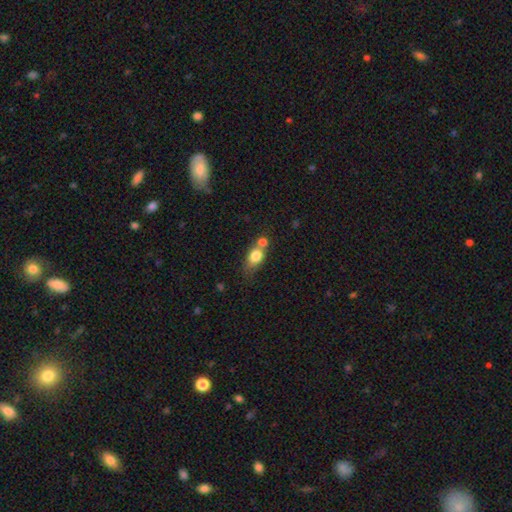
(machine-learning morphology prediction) A smooth galaxy with no disk features (78%) that is in between round and cigar-shaped (64%). Merging: merger (42%).